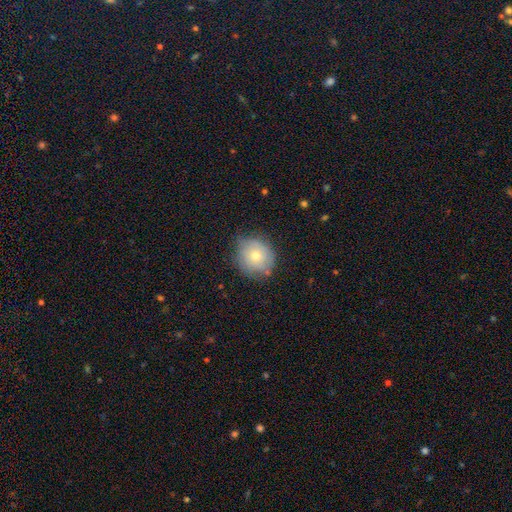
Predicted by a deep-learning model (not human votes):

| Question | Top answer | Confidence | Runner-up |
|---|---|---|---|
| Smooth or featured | smooth | 66% | featured or disk (25%) |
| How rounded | round | 85% | in between (14%) |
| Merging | none | 66% | minor disturbance (27%) |